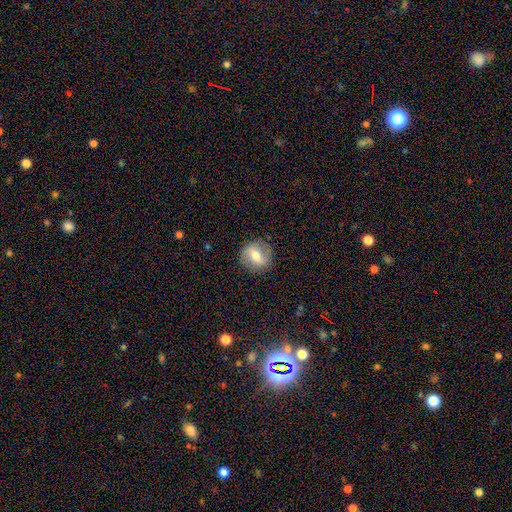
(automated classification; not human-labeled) Morphology: type=featured or disk (51%); edge-on=no (93%); merging=none (86%).